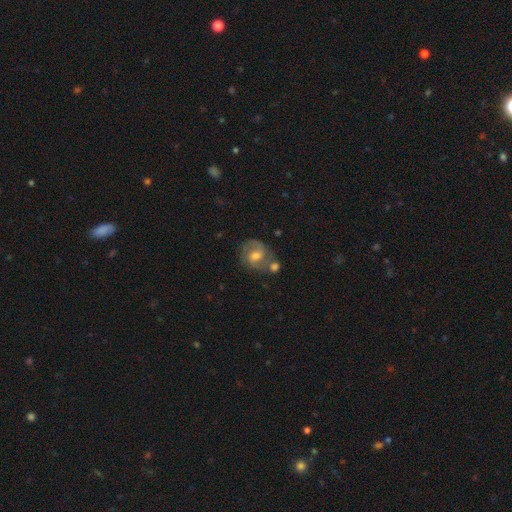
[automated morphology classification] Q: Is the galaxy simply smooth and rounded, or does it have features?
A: featured or disk — 75%.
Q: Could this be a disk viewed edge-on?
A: no — 97%.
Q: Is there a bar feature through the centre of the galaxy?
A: weak — 53%.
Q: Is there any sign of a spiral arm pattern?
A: yes — 94%.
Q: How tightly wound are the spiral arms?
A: medium — 56%.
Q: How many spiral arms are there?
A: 2 — 87%.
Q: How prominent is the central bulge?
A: moderate — 62%.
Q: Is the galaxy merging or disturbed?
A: none — 60%.